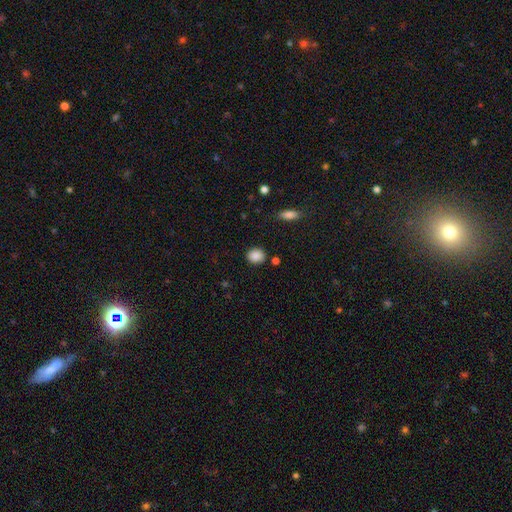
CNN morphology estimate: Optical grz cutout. It shows a smooth galaxy with no disk features (87%) that is round (72%). Merging: none (86%).